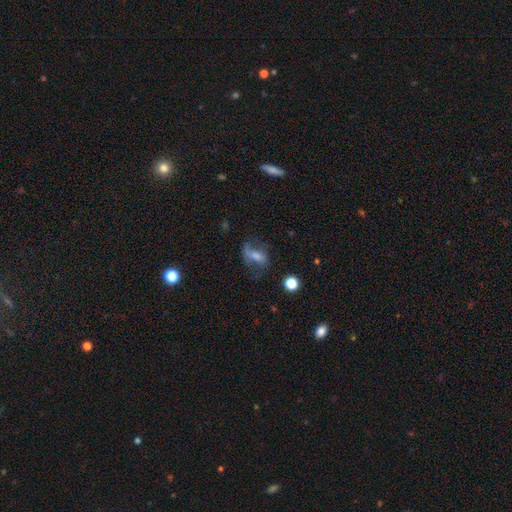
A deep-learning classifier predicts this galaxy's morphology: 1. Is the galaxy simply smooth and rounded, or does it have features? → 44% smooth, 42% featured or disk, 14% star or artifact.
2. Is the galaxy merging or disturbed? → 41% none, 32% major disturbance, 23% minor disturbance, 5% merger.